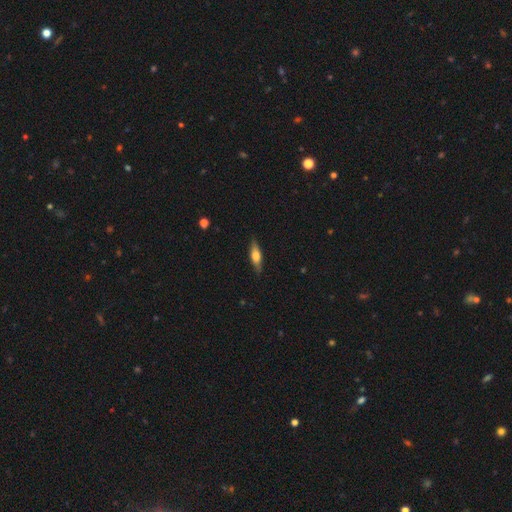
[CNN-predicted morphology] This is possibly a smooth galaxy (54%). How rounded: possibly cigar-shaped (51%). Merging: clearly none (83%).